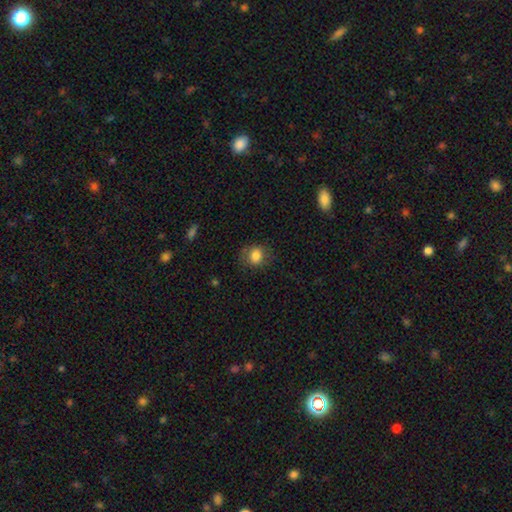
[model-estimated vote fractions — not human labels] smooth_or_featured: smooth (p=0.82) [alt: star or artifact p=0.10]
how_rounded: round (p=0.63) [alt: in between p=0.36]
merging: none (p=0.75) [alt: minor disturbance p=0.17]